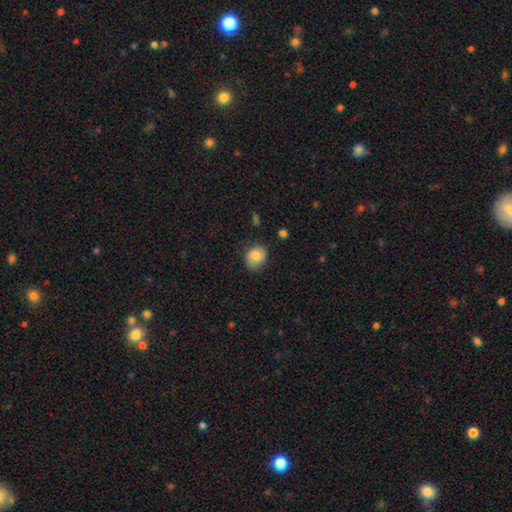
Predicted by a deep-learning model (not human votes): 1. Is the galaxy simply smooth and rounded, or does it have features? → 78% smooth, 14% featured or disk, 8% star or artifact.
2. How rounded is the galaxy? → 57% round, 42% in between, 1% cigar-shaped.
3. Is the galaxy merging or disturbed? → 70% none, 23% minor disturbance, 5% major disturbance, 2% merger.